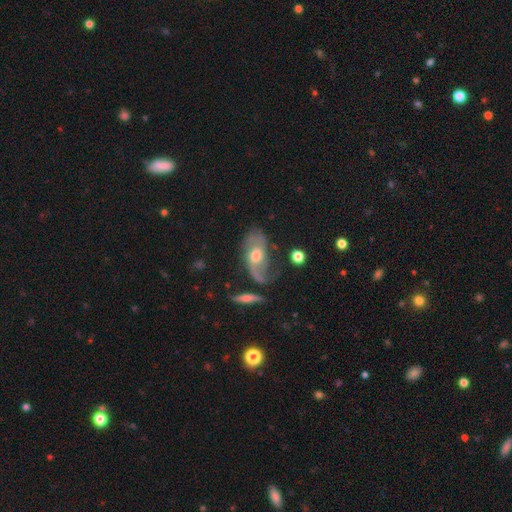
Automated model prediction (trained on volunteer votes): Morphology: type=featured or disk (68%); edge-on=no (90%); bar=no (61%); spiral arms=yes (82%); winding=loose (51%); arm count=2 (77%); bulge=moderate (64%); merging=none (47%).